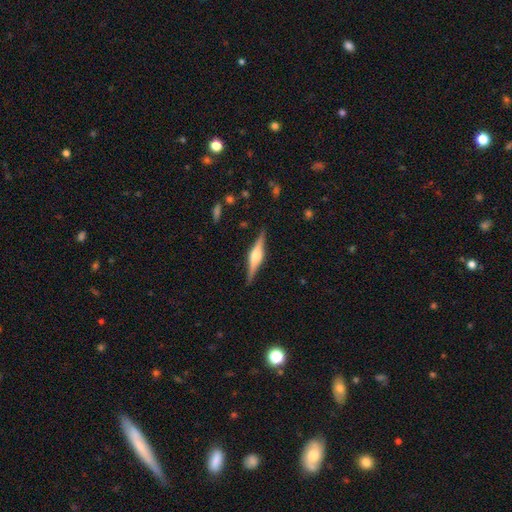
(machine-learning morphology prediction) Smooth or featured?
  - featured or disk: 78% *
  - smooth: 17%
  - star or artifact: 5%
Edge-on disk?
  - yes: 98% *
  - no: 2%
Edge-on bulge?
  - rounded: 88% *
  - boxy: 10%
  - none: 2%
Merging?
  - none: 89% *
  - minor disturbance: 8%
  - major disturbance: 2%
  - merger: 1%